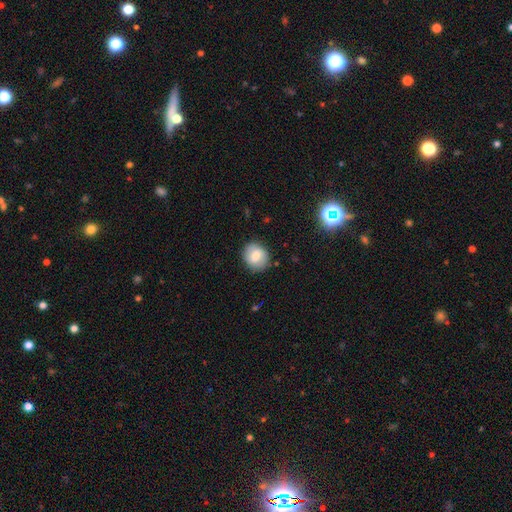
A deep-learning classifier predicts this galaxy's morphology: A smooth galaxy with no disk features (71%) that is round (72%). Merging: none (85%).